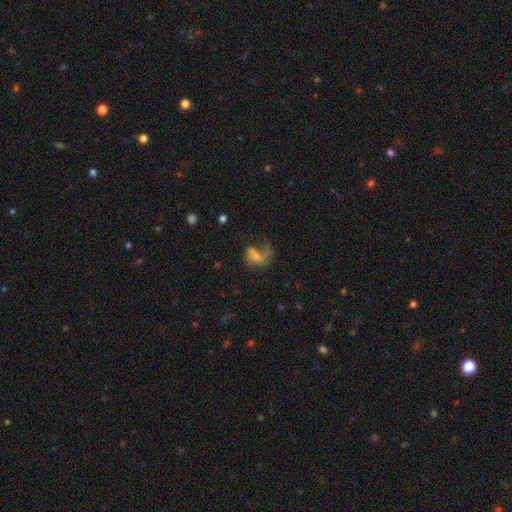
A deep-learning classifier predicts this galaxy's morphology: Smooth or featured?
  - featured or disk: 50% *
  - smooth: 38%
  - star or artifact: 13%
Merging?
  - major disturbance: 46% *
  - none: 25%
  - minor disturbance: 15%
  - merger: 15%